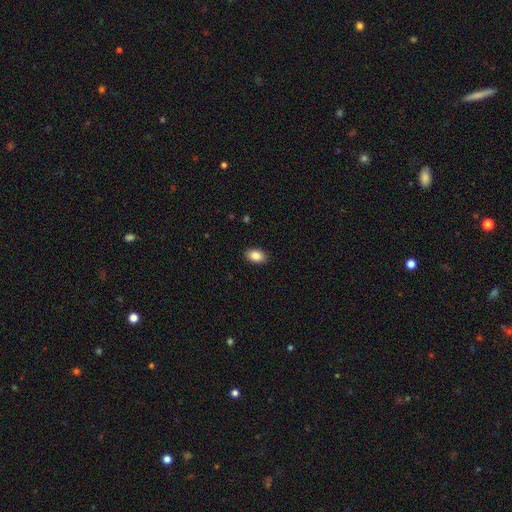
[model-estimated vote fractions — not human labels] smooth_or_featured: smooth (p=0.87) [alt: star or artifact p=0.08]
how_rounded: in between (p=0.89) [alt: round p=0.09]
merging: none (p=0.90) [alt: minor disturbance p=0.07]